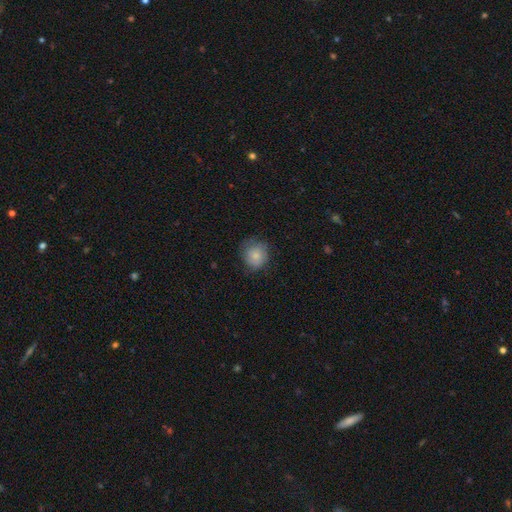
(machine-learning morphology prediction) The model was most divided on "merging": none: 66%, minor disturbance: 25%, major disturbance: 8%, merger: 1%. More confident: how rounded — round (83%); smooth or featured — smooth (77%).